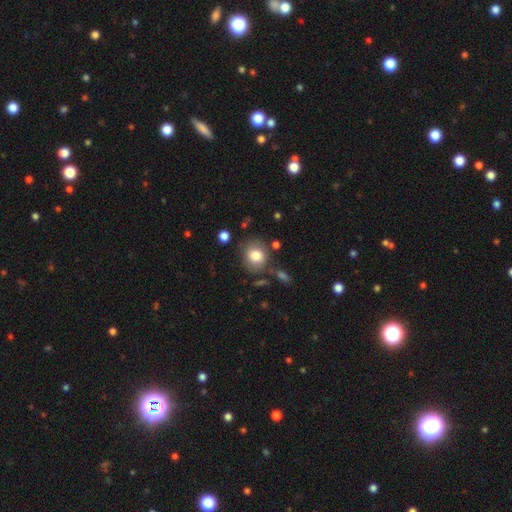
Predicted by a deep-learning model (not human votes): Smooth or featured? Predicted: smooth (p=0.80). How rounded? Predicted: round (p=0.78). Merging? Predicted: none (p=0.75).